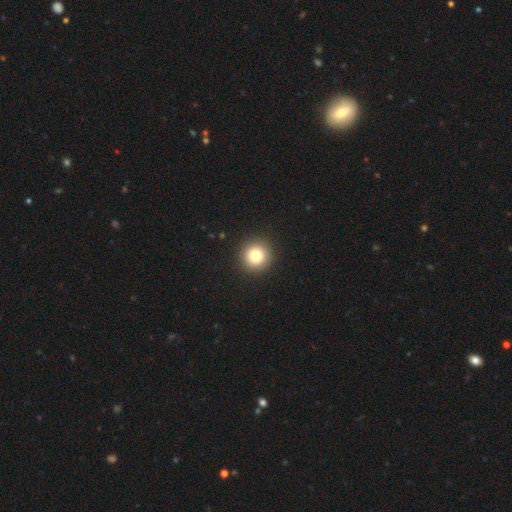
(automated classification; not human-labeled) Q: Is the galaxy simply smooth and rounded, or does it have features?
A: smooth — 83%.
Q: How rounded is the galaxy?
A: round — 95%.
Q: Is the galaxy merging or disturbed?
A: none — 92%.